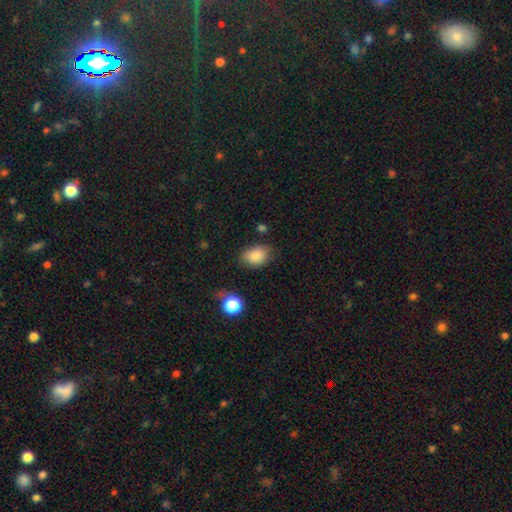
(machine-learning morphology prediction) Overall: smooth (85%). How rounded: in between (77%). Merging: none (71%).